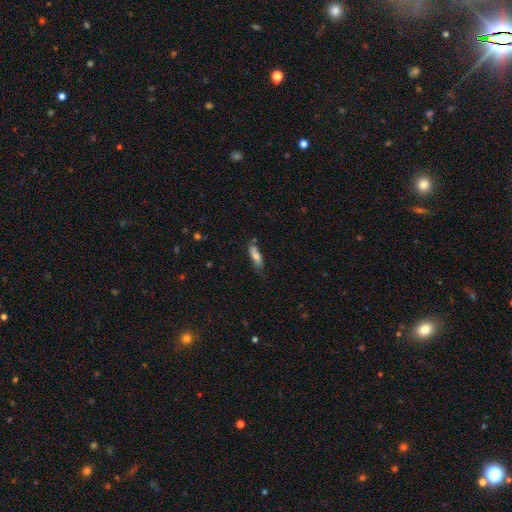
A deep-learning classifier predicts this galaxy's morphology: This is likely a smooth galaxy (71%). How rounded: possibly in between (51%). Merging: possibly none (58%).